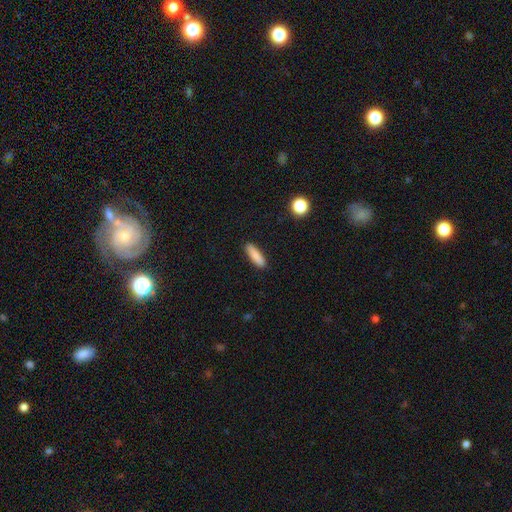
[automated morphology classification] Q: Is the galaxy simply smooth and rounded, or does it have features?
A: smooth — 86%.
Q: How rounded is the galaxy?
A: cigar-shaped — 70%.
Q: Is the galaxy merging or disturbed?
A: none — 90%.